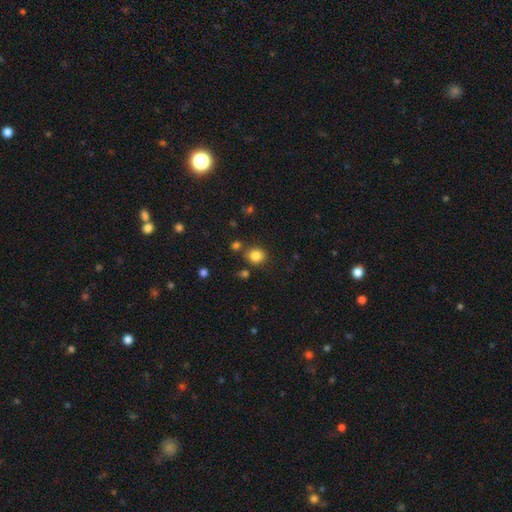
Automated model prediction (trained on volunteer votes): smooth_or_featured: smooth (p=0.84) [alt: star or artifact p=0.12]
how_rounded: round (p=0.75) [alt: in between p=0.24]
merging: none (p=0.77) [alt: minor disturbance p=0.11]